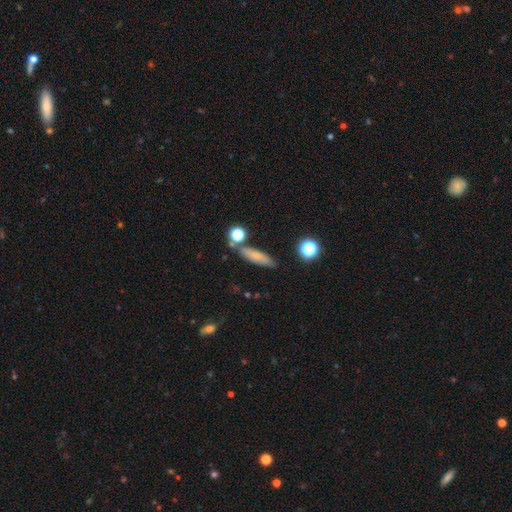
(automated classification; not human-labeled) Smooth or featured? Predicted: smooth (p=0.69). How rounded? Predicted: cigar-shaped (p=0.57). Merging? Predicted: none (p=0.75).